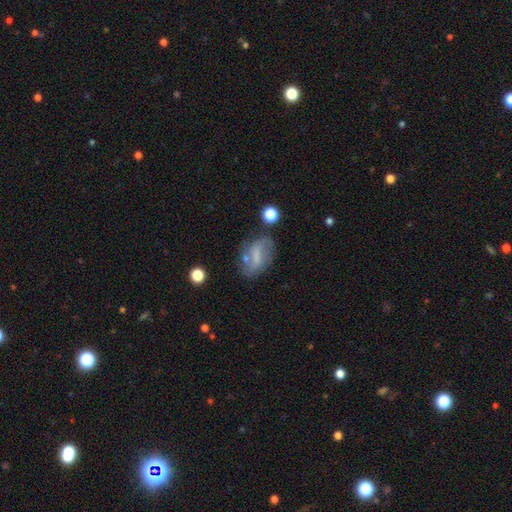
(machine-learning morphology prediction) The model was most divided on "smooth or featured": featured or disk: 51%, smooth: 39%, star or artifact: 10%. More confident: edge-on disk — no (93%); merging — none (59%).